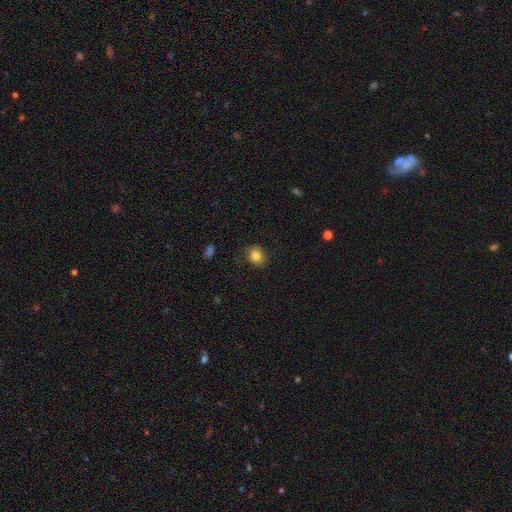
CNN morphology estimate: type=smooth (83%); roundness=round (65%); merging=none (85%).